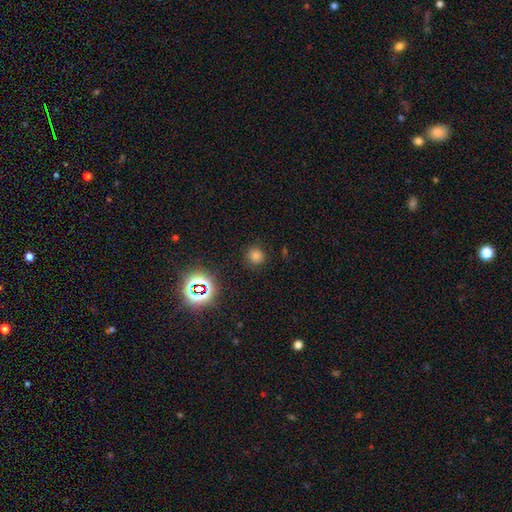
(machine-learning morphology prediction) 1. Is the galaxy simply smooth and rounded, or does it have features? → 73% smooth, 21% star or artifact, 5% featured or disk.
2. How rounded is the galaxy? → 91% round, 8% in between, 1% cigar-shaped.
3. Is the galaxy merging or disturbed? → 86% none, 9% minor disturbance, 3% major disturbance, 2% merger.